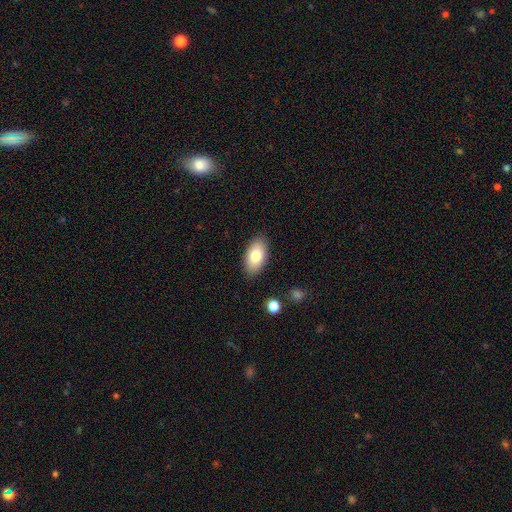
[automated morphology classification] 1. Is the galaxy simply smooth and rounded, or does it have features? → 79% smooth, 14% featured or disk, 7% star or artifact.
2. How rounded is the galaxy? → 94% in between, 4% round, 2% cigar-shaped.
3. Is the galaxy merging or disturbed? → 86% none, 10% minor disturbance, 2% major disturbance, 1% merger.